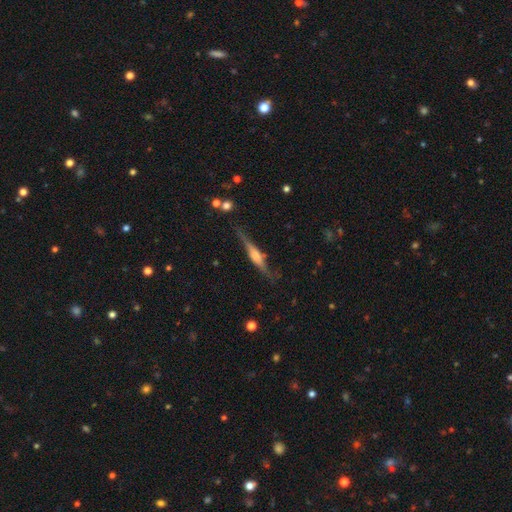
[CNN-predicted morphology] smooth-or-featured: featured or disk: 74% | smooth: 20% | star or artifact: 7%
  disk-edge-on: yes: 95% | no: 5%
    edge-on-bulge: rounded: 63% | boxy: 30% | none: 8%
  merging: none: 75% | minor disturbance: 17% | major disturbance: 5% | merger: 3%